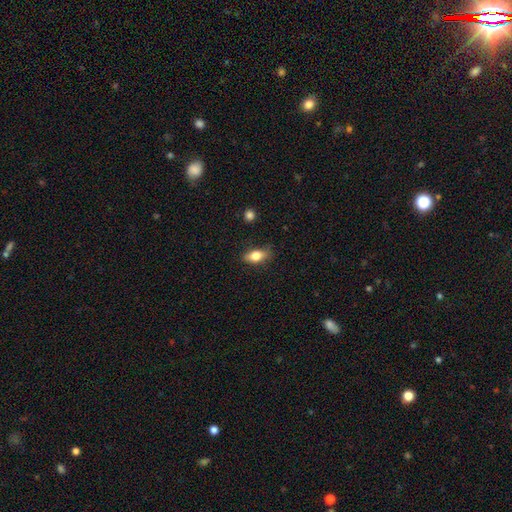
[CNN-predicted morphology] A smooth galaxy with no disk features (75%) that is in between round and cigar-shaped (82%). Merging: none (74%).